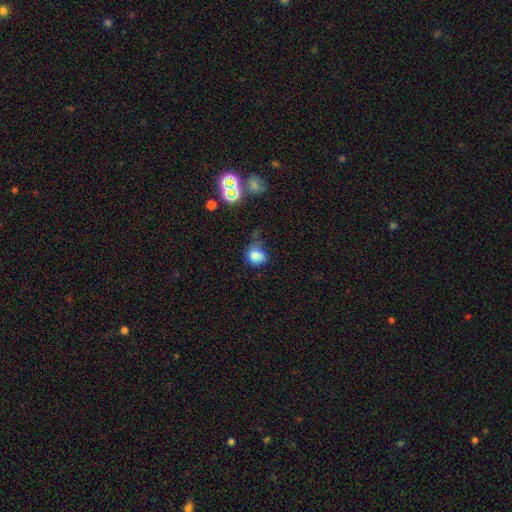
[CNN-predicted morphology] A smooth galaxy with no disk features (76%) that is round (56%).

Vote fractions:
- Smooth or featured? smooth: 76% / star or artifact: 13% / featured or disk: 11%
- How rounded? round: 56% / in between: 43% / cigar-shaped: 1%
- Merging? minor disturbance: 35% / none: 31% / major disturbance: 27% / merger: 7%